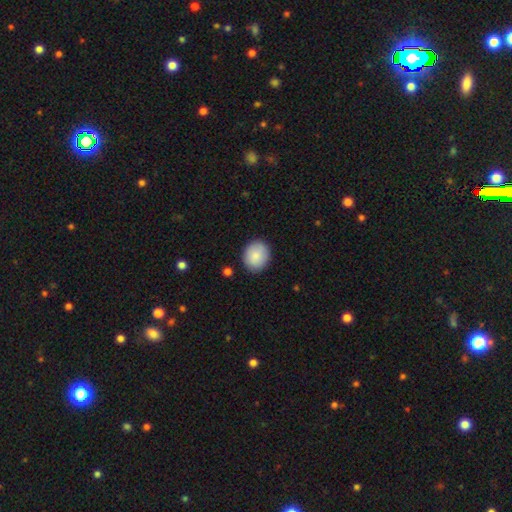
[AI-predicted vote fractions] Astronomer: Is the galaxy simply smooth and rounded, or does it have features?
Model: smooth — 88%.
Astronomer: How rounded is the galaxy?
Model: round — 66%.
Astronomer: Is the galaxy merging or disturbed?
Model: none — 88%.